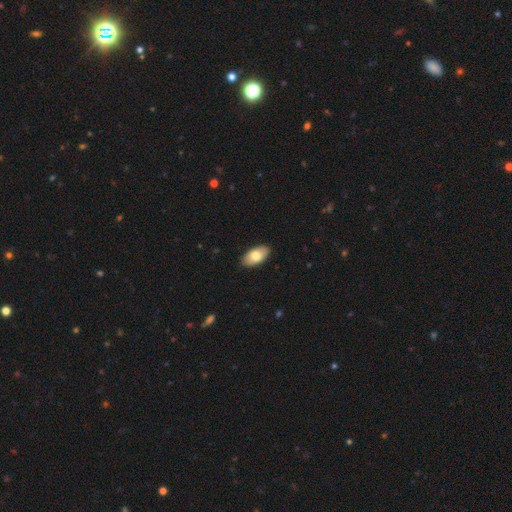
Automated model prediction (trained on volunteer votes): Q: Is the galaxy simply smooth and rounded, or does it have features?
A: smooth — 78%.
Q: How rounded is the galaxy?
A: in between — 94%.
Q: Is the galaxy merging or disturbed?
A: none — 89%.